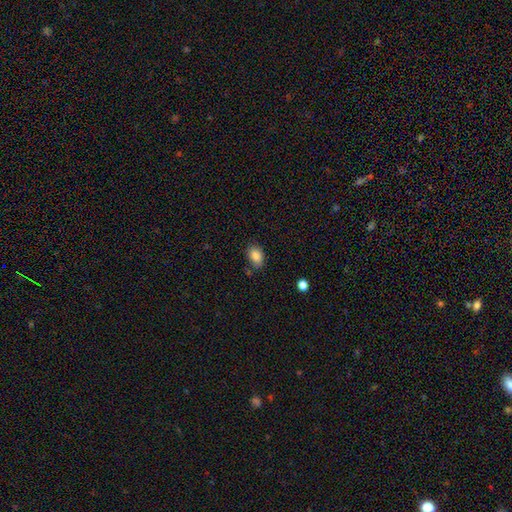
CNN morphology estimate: smooth_or_featured: smooth (p=0.86) [alt: star or artifact p=0.09]
how_rounded: in between (p=0.82) [alt: round p=0.16]
merging: none (p=0.76) [alt: minor disturbance p=0.16]